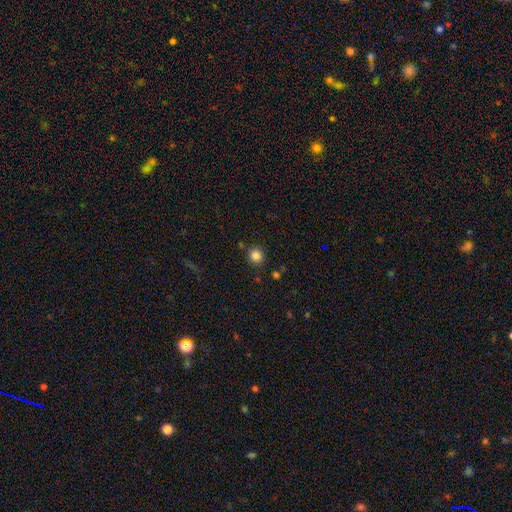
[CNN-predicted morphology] Smooth or featured? Predicted: smooth (p=0.84). How rounded? Predicted: round (p=0.88). Merging? Predicted: none (p=0.86).